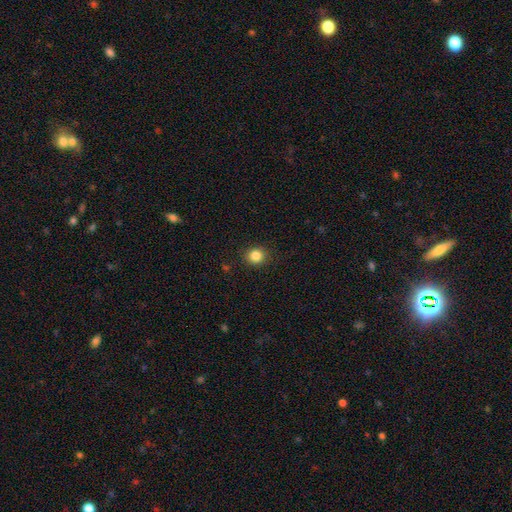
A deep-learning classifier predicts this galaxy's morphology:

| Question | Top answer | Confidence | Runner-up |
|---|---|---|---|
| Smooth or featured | smooth | 85% | star or artifact (11%) |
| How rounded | round | 85% | in between (14%) |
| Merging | none | 90% | minor disturbance (7%) |